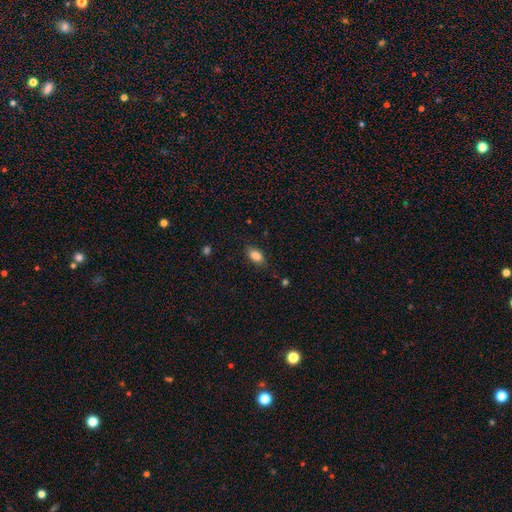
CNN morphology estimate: smooth 85%, star or artifact 8%, featured or disk 6%. Down the decision tree: how rounded — in between (89%); merging — none (80%).